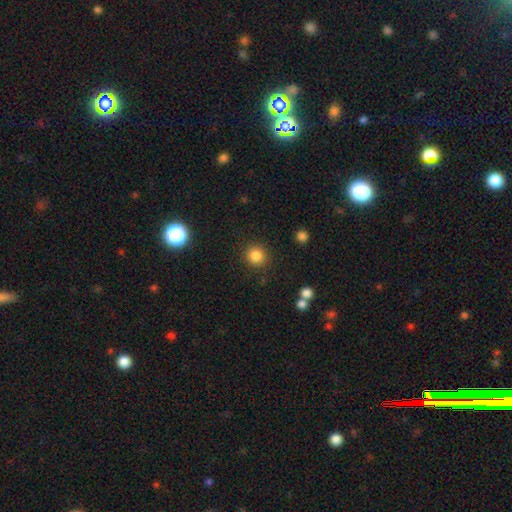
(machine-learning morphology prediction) smooth_or_featured: smooth (p=0.84) [alt: star or artifact p=0.11]
how_rounded: round (p=0.92) [alt: in between p=0.07]
merging: none (p=0.90) [alt: minor disturbance p=0.06]